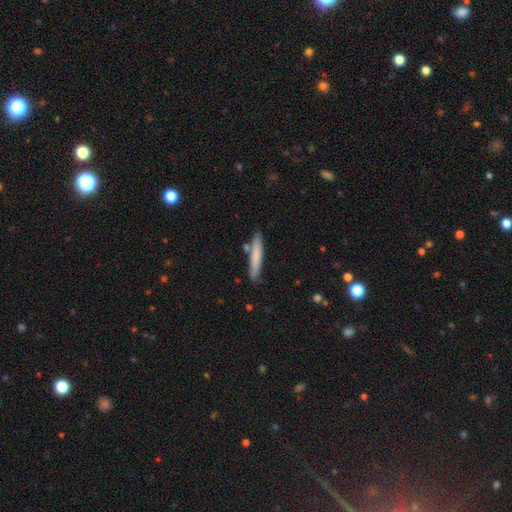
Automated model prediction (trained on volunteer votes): smooth_or_featured: smooth (p=0.74) [alt: featured or disk p=0.20]
how_rounded: cigar-shaped (p=0.93) [alt: in between p=0.05]
merging: none (p=0.83) [alt: minor disturbance p=0.10]